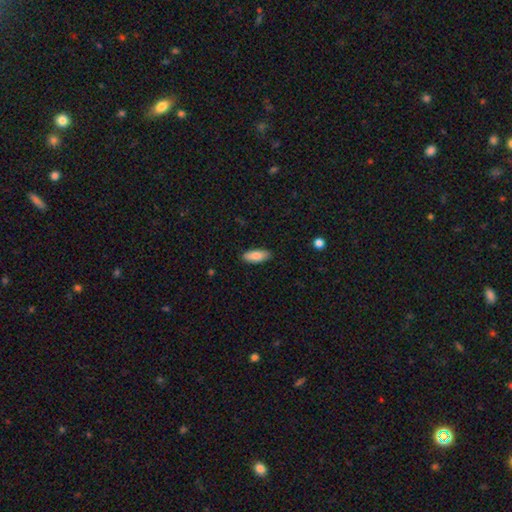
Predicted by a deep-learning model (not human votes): smooth 85%, featured or disk 9%, star or artifact 6%. Down the decision tree: how rounded — in between (81%); merging — none (88%).